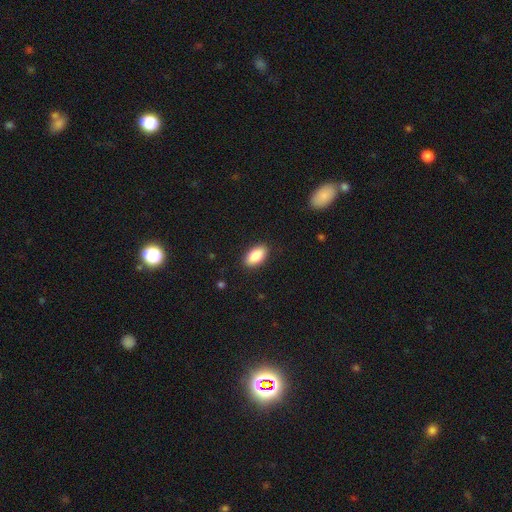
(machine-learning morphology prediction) A smooth galaxy with no disk features (87%) that is in between round and cigar-shaped (93%).

Vote fractions:
- Smooth or featured? smooth: 87% / star or artifact: 7% / featured or disk: 6%
- How rounded? in between: 93% / round: 4% / cigar-shaped: 3%
- Merging? none: 89% / minor disturbance: 8% / major disturbance: 2% / merger: 1%